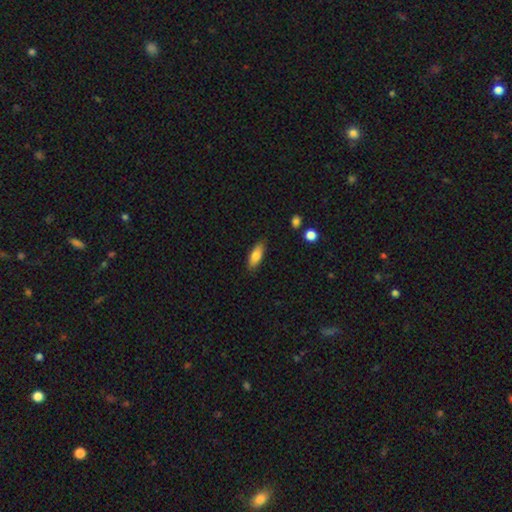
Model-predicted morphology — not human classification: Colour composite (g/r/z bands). It shows a smooth galaxy with no disk features (81%) that is in between round and cigar-shaped (75%). Merging: none (85%).